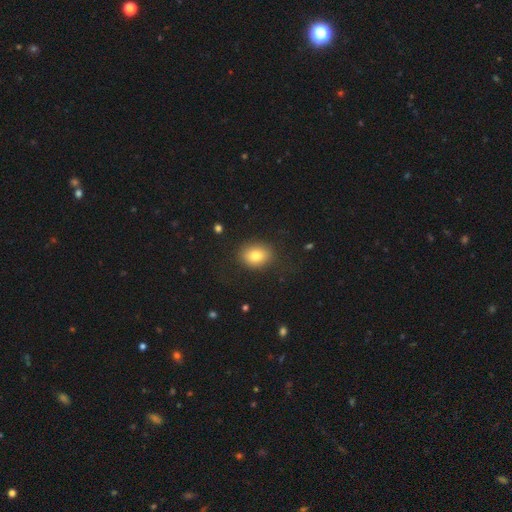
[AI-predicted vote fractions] Smooth or featured? smooth (80%)
How rounded? in between (57%)
Merging? none (82%)